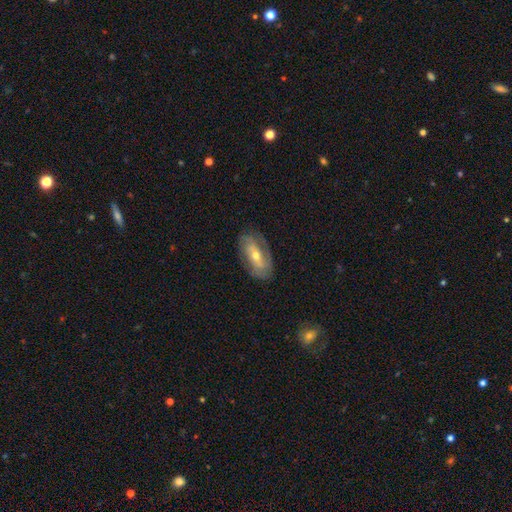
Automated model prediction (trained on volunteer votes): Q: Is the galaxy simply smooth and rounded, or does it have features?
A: featured or disk — 62%.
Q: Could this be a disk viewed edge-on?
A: no — 87%.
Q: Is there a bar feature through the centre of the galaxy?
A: no — 41%.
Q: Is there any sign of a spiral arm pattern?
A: yes — 68%.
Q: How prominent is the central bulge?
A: moderate — 55%.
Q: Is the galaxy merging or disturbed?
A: none — 77%.